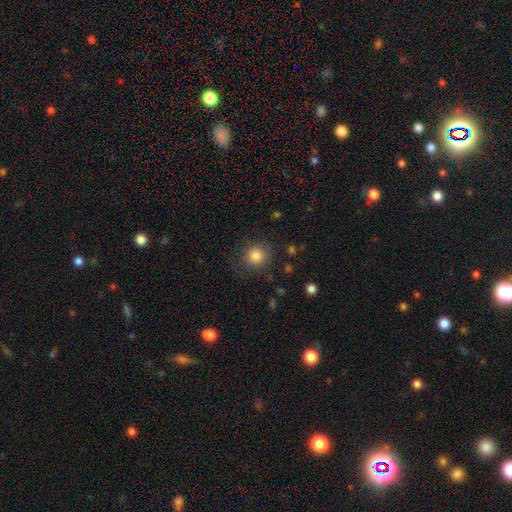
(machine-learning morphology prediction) smooth_or_featured: smooth (p=0.84) [alt: star or artifact p=0.11]
how_rounded: round (p=0.88) [alt: in between p=0.11]
merging: none (p=0.83) [alt: minor disturbance p=0.11]